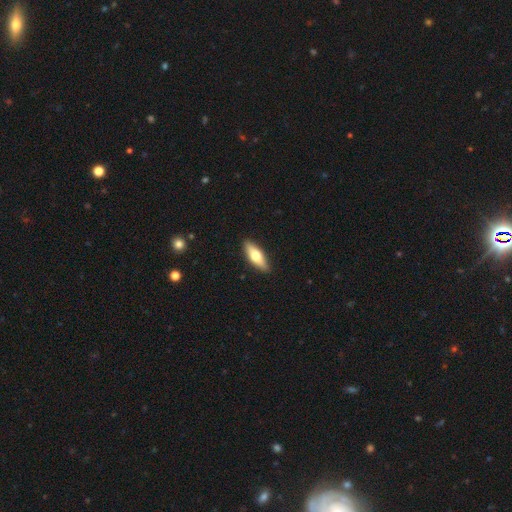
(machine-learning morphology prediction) A smooth galaxy with no disk features (64%) that is in between round and cigar-shaped (60%).

Vote fractions:
- Smooth or featured? smooth: 64% / featured or disk: 30% / star or artifact: 5%
- How rounded? in between: 60% / cigar-shaped: 37% / round: 2%
- Merging? none: 90% / minor disturbance: 8% / major disturbance: 2% / merger: 1%